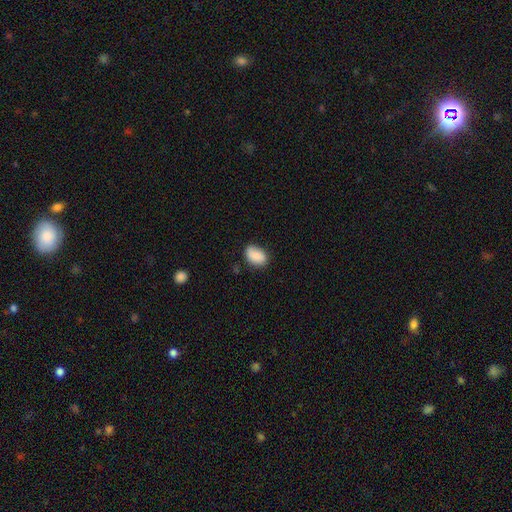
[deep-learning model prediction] Smooth or featured? Predicted: smooth (p=0.87). How rounded? Predicted: in between (p=0.85). Merging? Predicted: none (p=0.73).